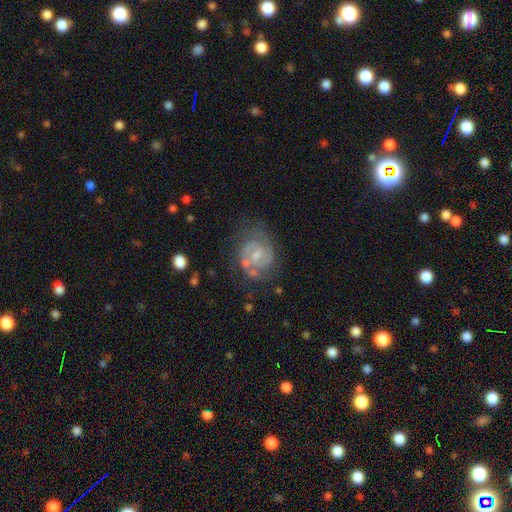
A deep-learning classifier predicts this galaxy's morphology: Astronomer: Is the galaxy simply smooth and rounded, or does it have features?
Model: featured or disk — 76%.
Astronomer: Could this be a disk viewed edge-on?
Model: no — 98%.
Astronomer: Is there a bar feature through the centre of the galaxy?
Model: weak — 52% (runner-up: no, 36%).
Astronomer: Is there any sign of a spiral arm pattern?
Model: yes — 87%.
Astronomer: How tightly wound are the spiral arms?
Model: medium — 44% (runner-up: tight, 43%).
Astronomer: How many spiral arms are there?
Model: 2 — 68%.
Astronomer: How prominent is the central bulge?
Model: small — 50% (runner-up: moderate, 35%).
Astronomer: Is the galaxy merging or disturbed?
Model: none — 57%.